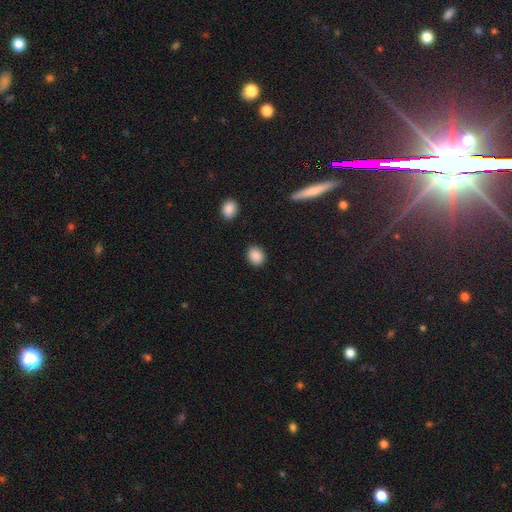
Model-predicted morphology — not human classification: Overall: smooth (88%). How rounded: round (53%; in between 46%). Merging: none (86%).